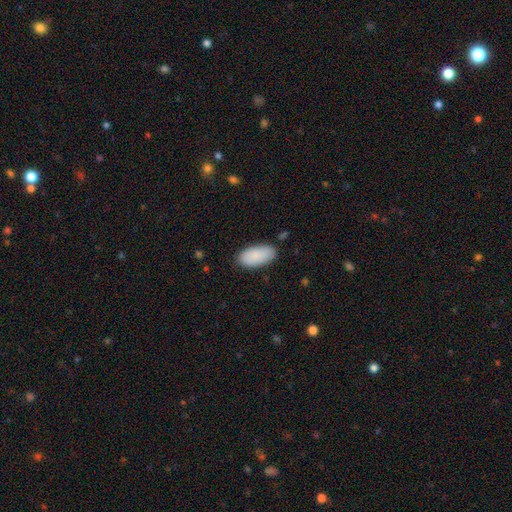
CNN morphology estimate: This is clearly a smooth galaxy (89%). How rounded: clearly in between (94%). Merging: clearly none (85%).